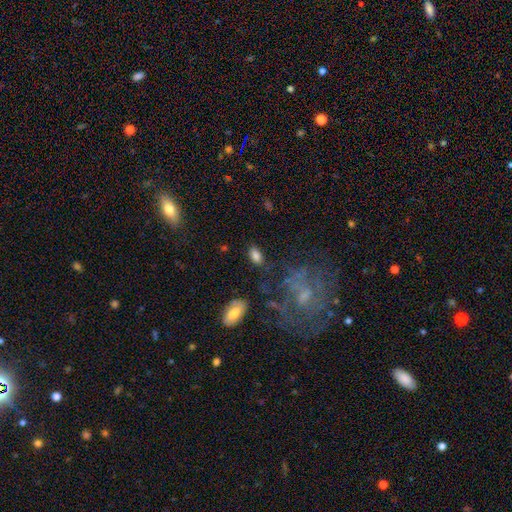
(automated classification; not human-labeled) A smooth galaxy with no disk features (82%) that is in between round and cigar-shaped (90%).

Vote fractions:
- Smooth or featured? smooth: 82% / star or artifact: 10% / featured or disk: 9%
- How rounded? in between: 90% / round: 7% / cigar-shaped: 3%
- Merging? none: 78% / minor disturbance: 14% / major disturbance: 5% / merger: 3%